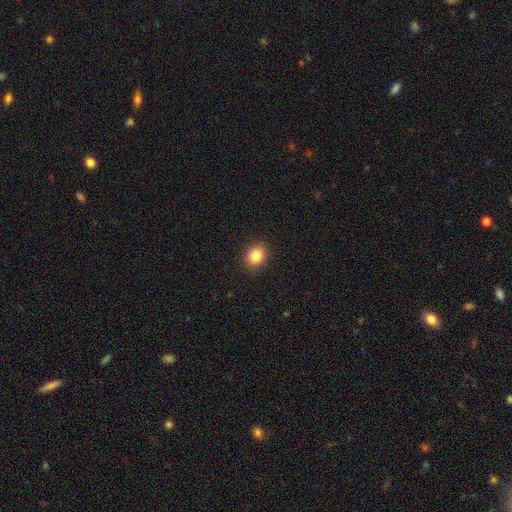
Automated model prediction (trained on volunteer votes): Smooth or featured: smooth — 85% (star or artifact — 10%)
How rounded: round — 59% (in between — 40%)
Merging: none — 91% (minor disturbance — 6%)